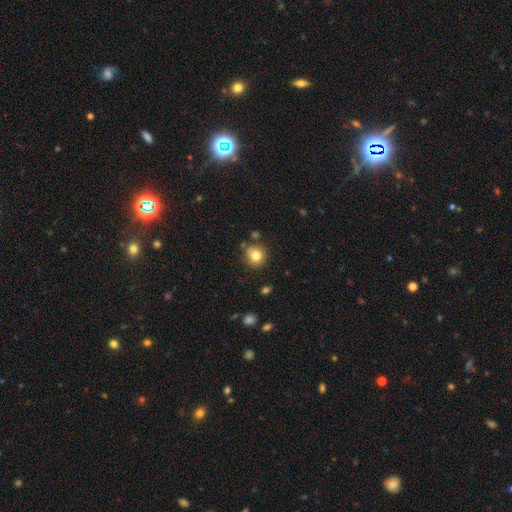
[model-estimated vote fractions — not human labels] A smooth galaxy with no disk features (79%) that is round (89%). Merging: none (78%).